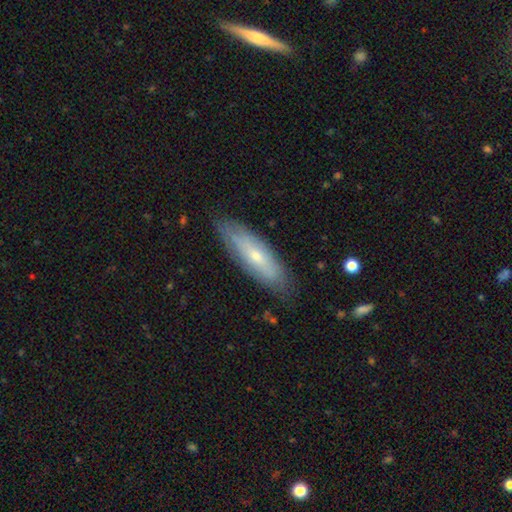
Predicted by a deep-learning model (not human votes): The model was most divided on "how rounded": cigar-shaped: 53%, in between: 45%, round: 2%. More confident: merging — none (80%); smooth or featured — smooth (51%).